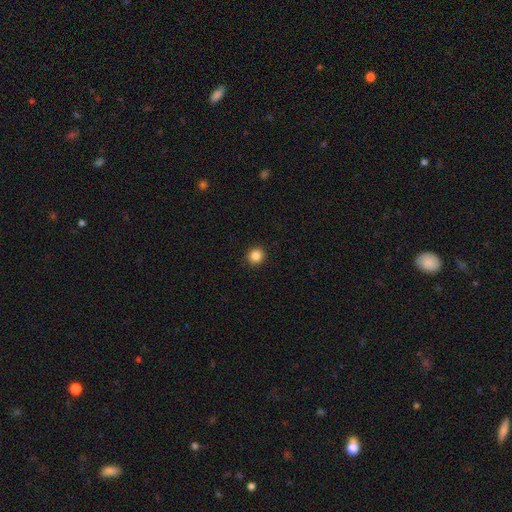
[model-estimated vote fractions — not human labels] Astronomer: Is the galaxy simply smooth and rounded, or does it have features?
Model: smooth — 86%.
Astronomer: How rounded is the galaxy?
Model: round — 92%.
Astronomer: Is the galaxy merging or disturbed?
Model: none — 93%.